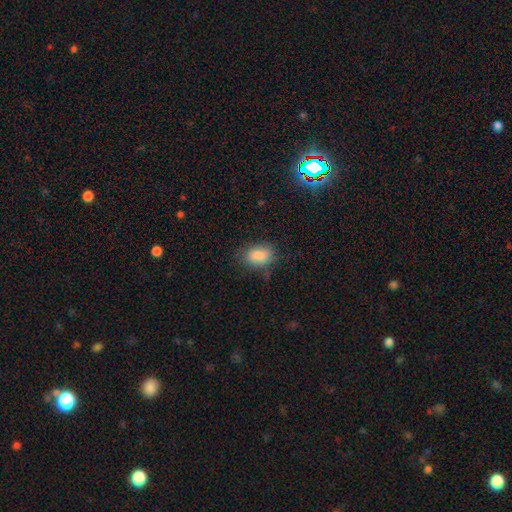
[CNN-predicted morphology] Smooth or featured? Predicted: smooth (p=0.79). How rounded? Predicted: in between (p=0.82). Merging? Predicted: none (p=0.73).